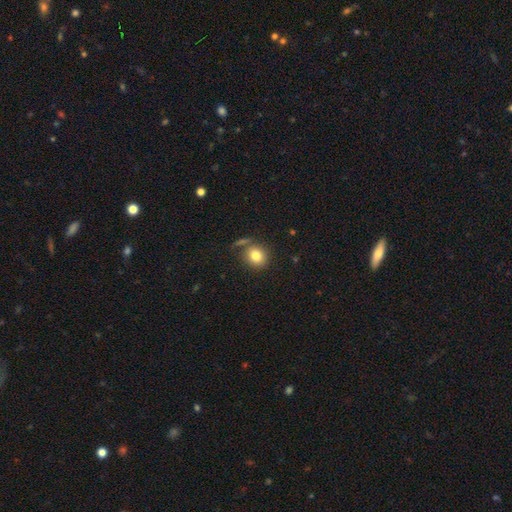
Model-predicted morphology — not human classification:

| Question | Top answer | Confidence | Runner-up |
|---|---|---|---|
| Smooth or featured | smooth | 80% | star or artifact (10%) |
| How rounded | round | 77% | in between (22%) |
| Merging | none | 71% | minor disturbance (13%) |